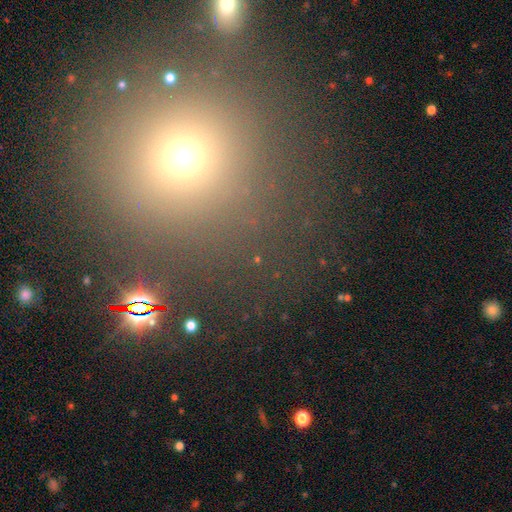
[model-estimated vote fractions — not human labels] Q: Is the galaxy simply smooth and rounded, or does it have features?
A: smooth — 53%.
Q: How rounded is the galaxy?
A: round — 91%.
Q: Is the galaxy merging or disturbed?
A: none — 80%.